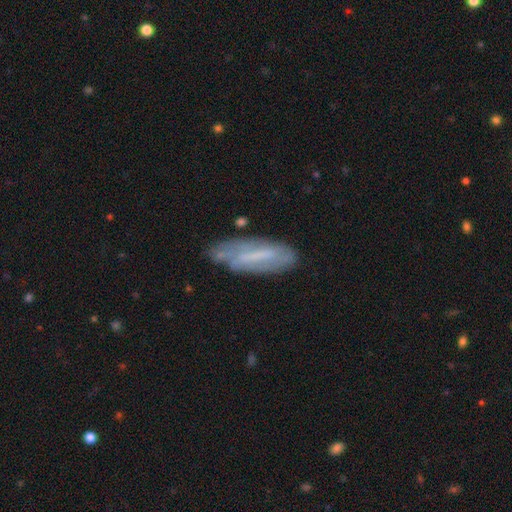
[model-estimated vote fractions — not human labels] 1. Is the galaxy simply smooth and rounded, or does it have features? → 55% featured or disk, 37% smooth, 8% star or artifact.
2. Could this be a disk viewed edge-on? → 72% no, 28% yes.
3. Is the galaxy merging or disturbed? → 65% none, 24% minor disturbance, 8% major disturbance, 3% merger.